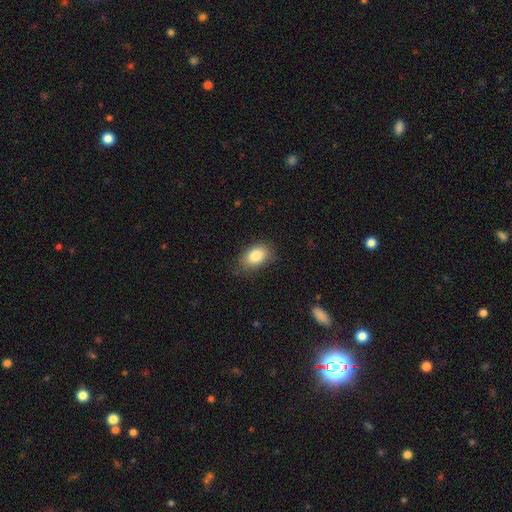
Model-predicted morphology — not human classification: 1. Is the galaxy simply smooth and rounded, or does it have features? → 85% smooth, 8% star or artifact, 7% featured or disk.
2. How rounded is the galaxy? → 87% in between, 11% round, 2% cigar-shaped.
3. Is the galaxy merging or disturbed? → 74% none, 20% minor disturbance, 5% major disturbance, 1% merger.